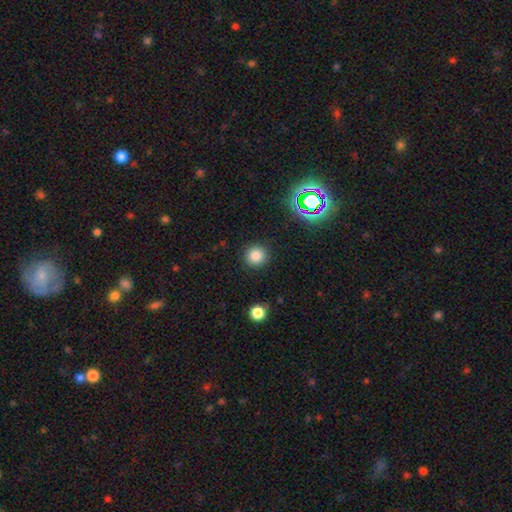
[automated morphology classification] Smooth or featured? Predicted: smooth (p=0.81). How rounded? Predicted: round (p=0.93). Merging? Predicted: none (p=0.90).